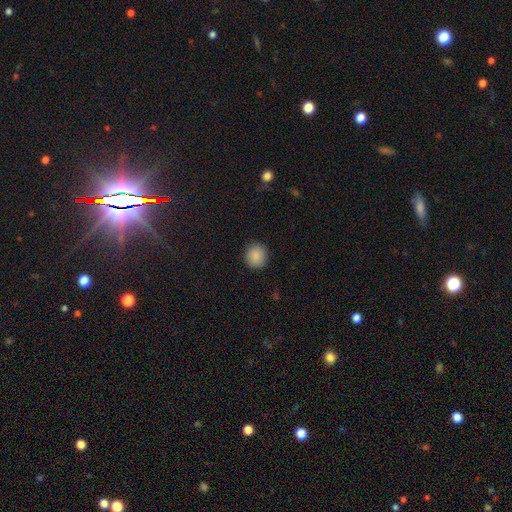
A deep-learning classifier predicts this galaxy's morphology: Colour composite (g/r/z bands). It shows a smooth galaxy with no disk features (89%) that is round (90%). Merging: none (92%).